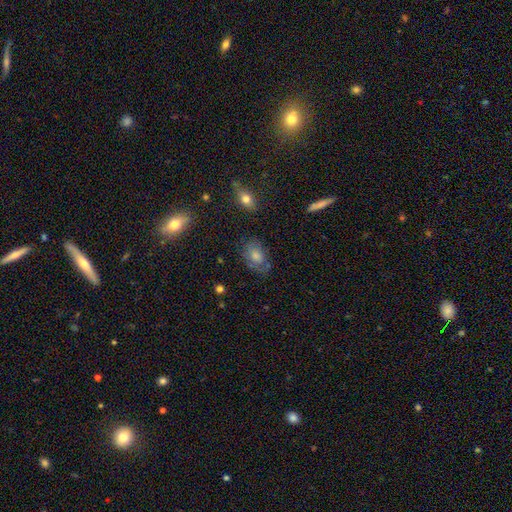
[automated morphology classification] A smooth galaxy with no disk features (47%).

Vote fractions:
- Smooth or featured? smooth: 47% / featured or disk: 37% / star or artifact: 16%
- Merging? none: 69% / minor disturbance: 21% / major disturbance: 8% / merger: 2%